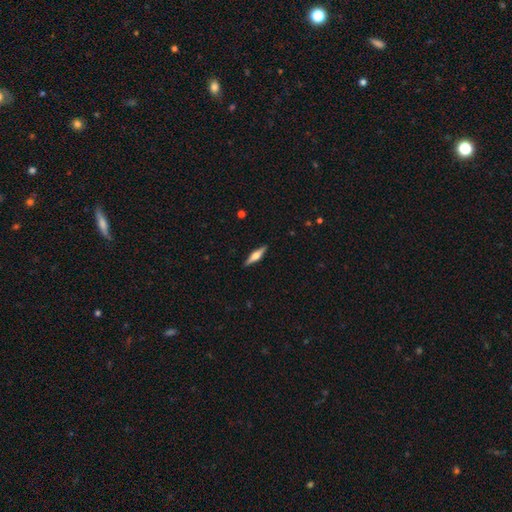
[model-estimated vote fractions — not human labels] Smooth or featured? Predicted: featured or disk (p=0.61). Edge-on disk? Predicted: yes (p=0.97). Edge-on bulge? Predicted: rounded (p=0.88). Merging? Predicted: none (p=0.90).